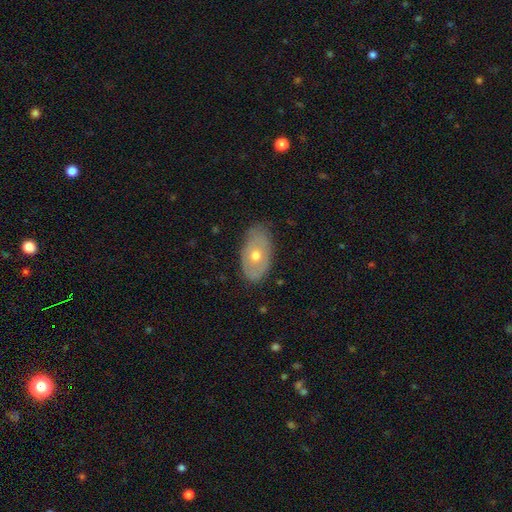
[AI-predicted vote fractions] Overall: smooth (50%; featured or disk 44%). Merging: none (77%).